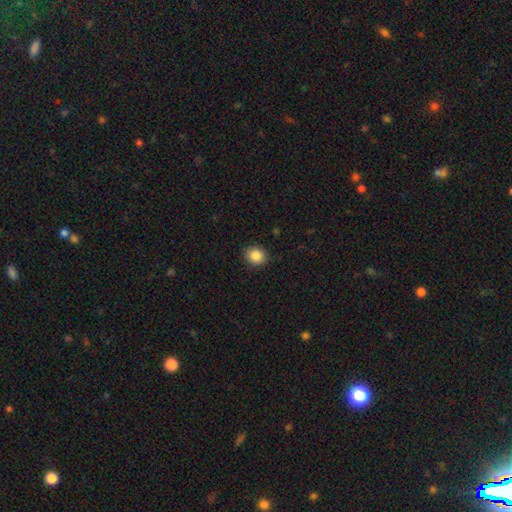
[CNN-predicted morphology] smooth_or_featured: smooth (p=0.86) [alt: star or artifact p=0.09]
how_rounded: round (p=0.82) [alt: in between p=0.17]
merging: none (p=0.90) [alt: minor disturbance p=0.07]